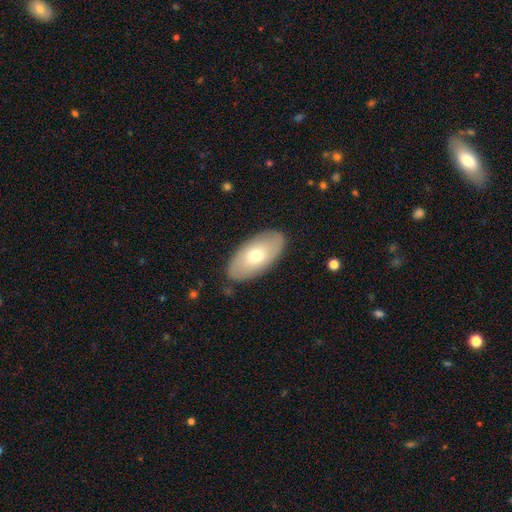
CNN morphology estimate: type=smooth (66%); roundness=in between (94%); merging=none (87%).